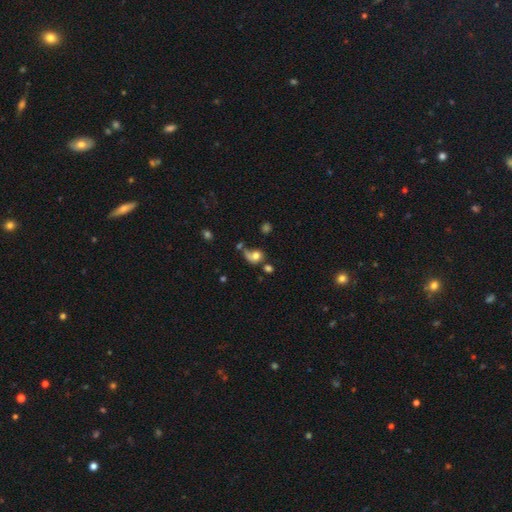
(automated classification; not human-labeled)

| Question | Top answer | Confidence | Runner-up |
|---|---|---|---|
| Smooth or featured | smooth | 65% | featured or disk (22%) |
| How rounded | round | 61% | in between (37%) |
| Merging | none | 33% | major disturbance (27%) |